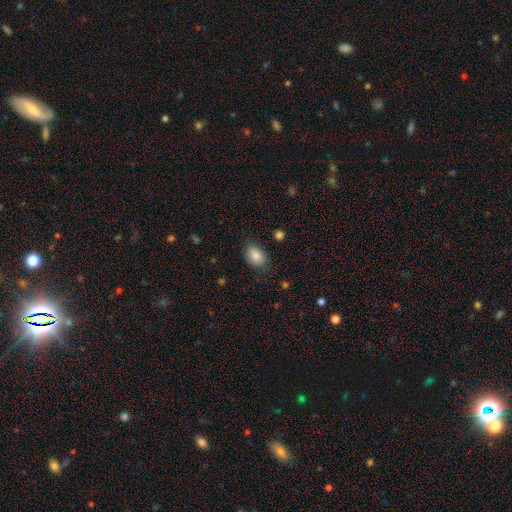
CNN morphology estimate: A smooth galaxy with no disk features (86%) that is in between round and cigar-shaped (83%). Merging: none (76%).